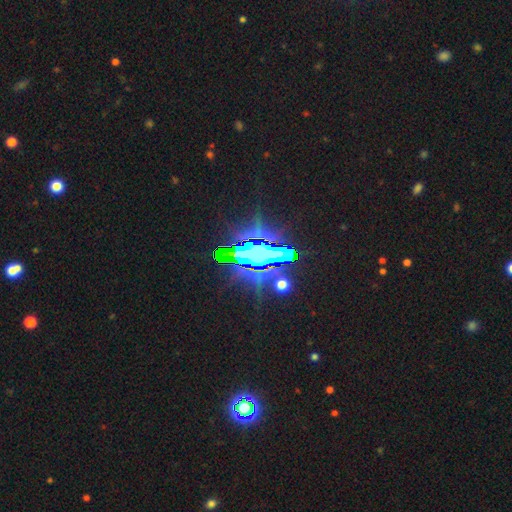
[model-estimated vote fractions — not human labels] Smooth or featured? star or artifact (73%)